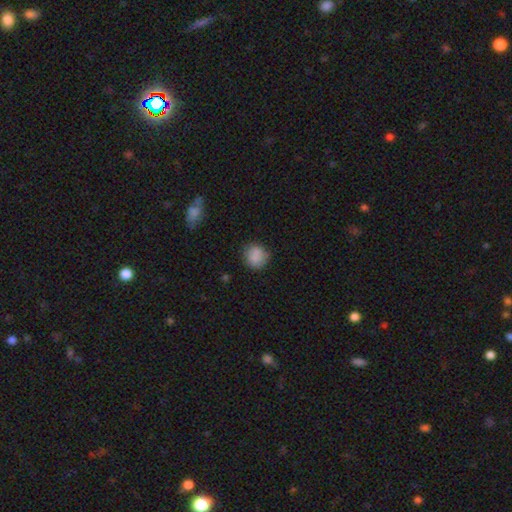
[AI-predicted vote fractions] smooth 83%, star or artifact 9%, featured or disk 8%. Down the decision tree: how rounded — round (86%); merging — none (75%).